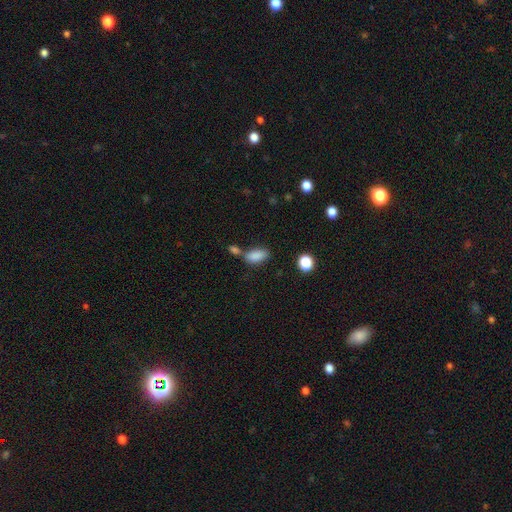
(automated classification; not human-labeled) smooth_or_featured: smooth (p=0.85) [alt: star or artifact p=0.09]
how_rounded: in between (p=0.89) [alt: cigar-shaped p=0.07]
merging: none (p=0.50) [alt: merger p=0.28]